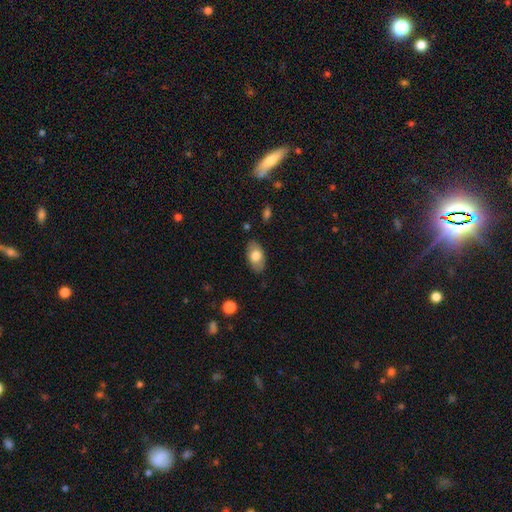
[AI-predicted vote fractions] smooth-or-featured: smooth: 76% | featured or disk: 17% | star or artifact: 7%
  how-rounded: in between: 93% | round: 5% | cigar-shaped: 2%
  merging: none: 83% | minor disturbance: 13% | major disturbance: 3% | merger: 1%